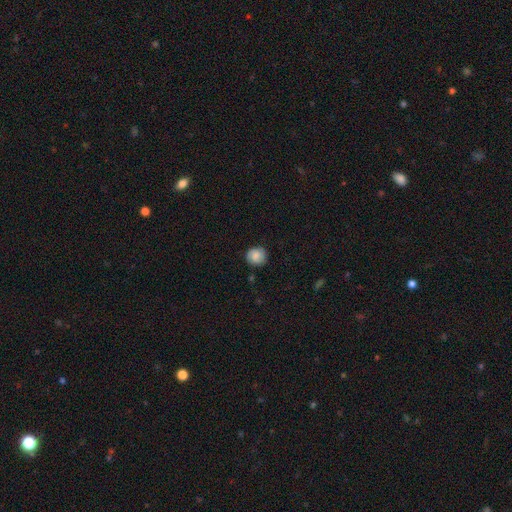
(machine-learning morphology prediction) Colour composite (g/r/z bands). It shows a smooth galaxy with no disk features (76%) that is round (88%). Merging: none (83%).